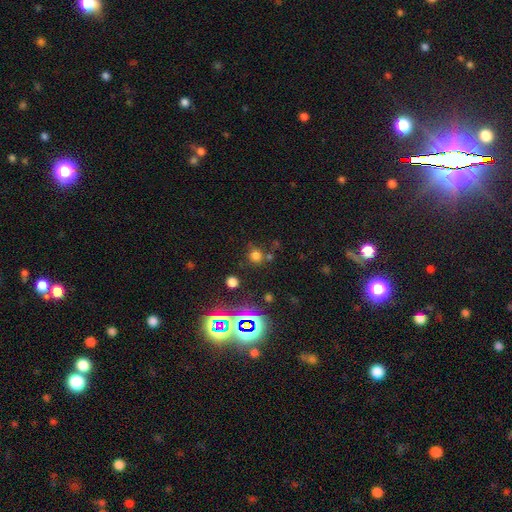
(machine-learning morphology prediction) This is likely a smooth galaxy (62%). How rounded: clearly round (87%). Merging: likely none (72%).